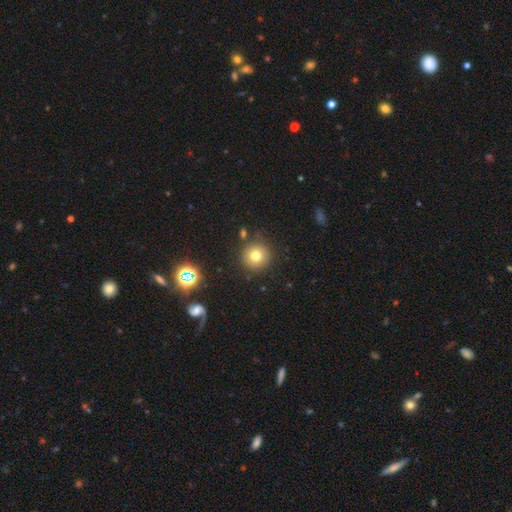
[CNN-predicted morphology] This appears to be a smooth galaxy with no disk features (75%) that is round (95%). Merging: none (86%).